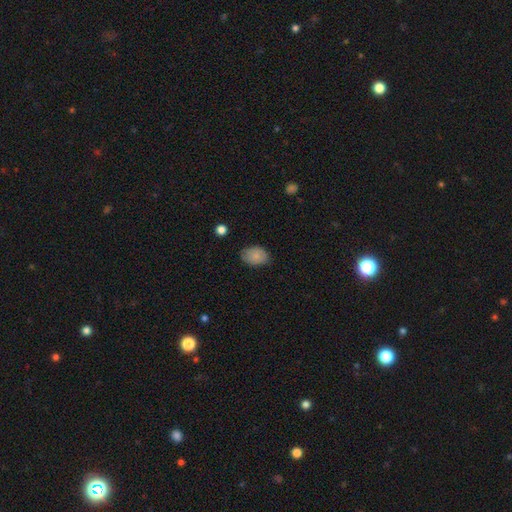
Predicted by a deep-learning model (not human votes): smooth-or-featured: smooth: 81% | featured or disk: 11% | star or artifact: 8%
  how-rounded: in between: 79% | round: 19% | cigar-shaped: 1%
  merging: none: 74% | minor disturbance: 21% | major disturbance: 4% | merger: 1%